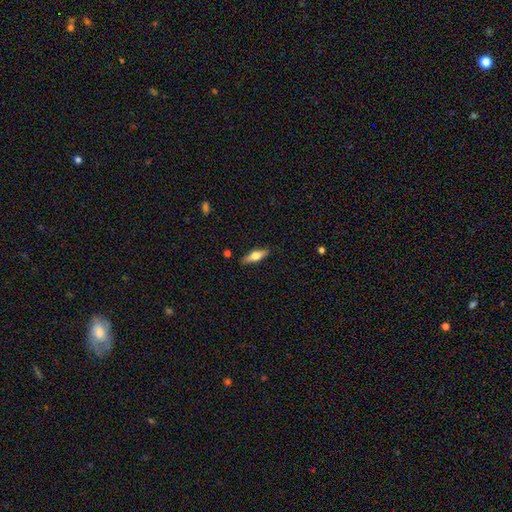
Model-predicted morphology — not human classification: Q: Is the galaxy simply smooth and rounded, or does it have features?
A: smooth — 57%.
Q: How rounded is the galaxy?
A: cigar-shaped — 50%.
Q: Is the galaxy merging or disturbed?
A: none — 86%.